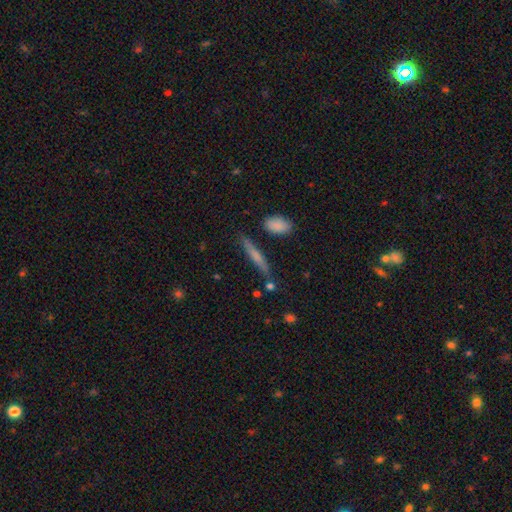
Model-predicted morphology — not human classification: This is likely a smooth galaxy (61%). How rounded: clearly cigar-shaped (89%). Merging: clearly none (82%).